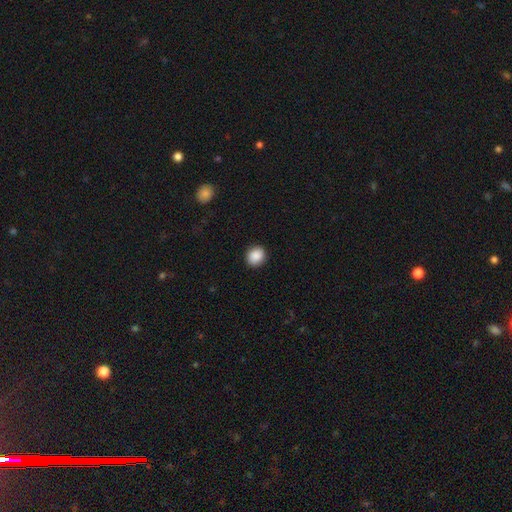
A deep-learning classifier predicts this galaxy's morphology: Smooth or featured?
  - smooth: 89% *
  - star or artifact: 8%
  - featured or disk: 3%
How rounded?
  - round: 78% *
  - in between: 21%
  - cigar-shaped: 1%
Merging?
  - none: 90% *
  - minor disturbance: 7%
  - major disturbance: 2%
  - merger: 1%